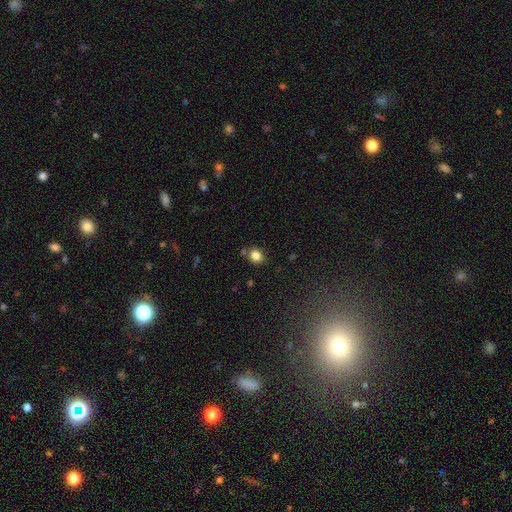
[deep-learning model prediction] A smooth galaxy with no disk features (82%) that is round (70%). Merging: none (79%).